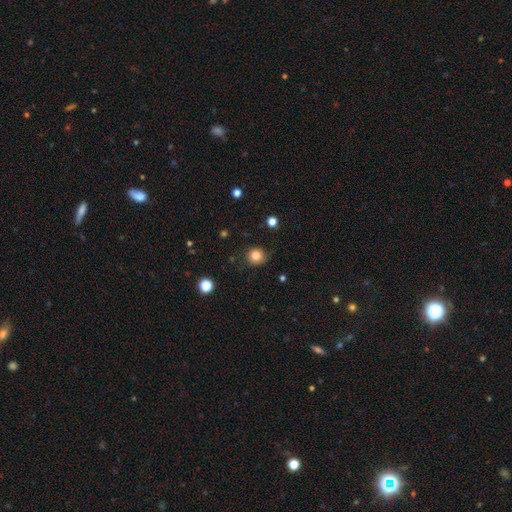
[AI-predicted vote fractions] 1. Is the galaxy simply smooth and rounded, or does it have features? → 82% smooth, 12% star or artifact, 6% featured or disk.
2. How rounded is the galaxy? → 91% round, 8% in between, 1% cigar-shaped.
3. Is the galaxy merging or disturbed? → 87% none, 9% minor disturbance, 2% major disturbance, 1% merger.